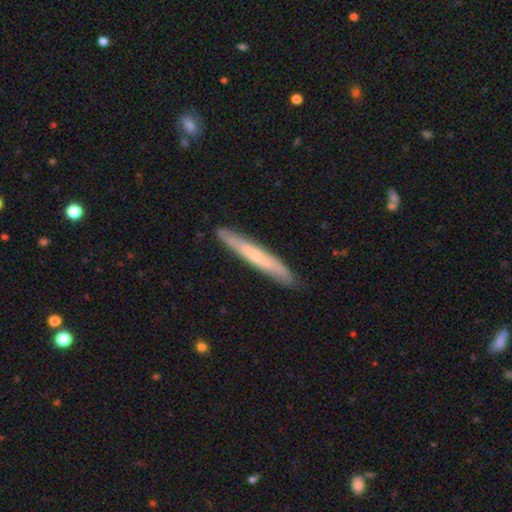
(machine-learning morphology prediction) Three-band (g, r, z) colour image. It shows a featured or disk galaxy (51%) viewed edge-on (82%). Merging: none (87%).